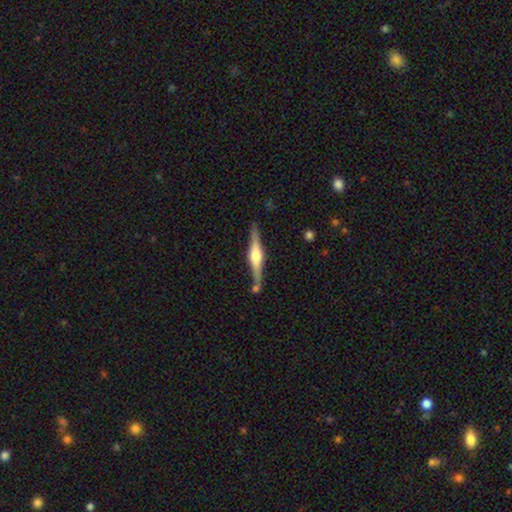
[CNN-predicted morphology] Smooth or featured?
  - featured or disk: 75% *
  - smooth: 20%
  - star or artifact: 5%
Edge-on disk?
  - yes: 98% *
  - no: 2%
Edge-on bulge?
  - rounded: 89% *
  - boxy: 8%
  - none: 3%
Merging?
  - none: 81% *
  - minor disturbance: 11%
  - merger: 6%
  - major disturbance: 2%